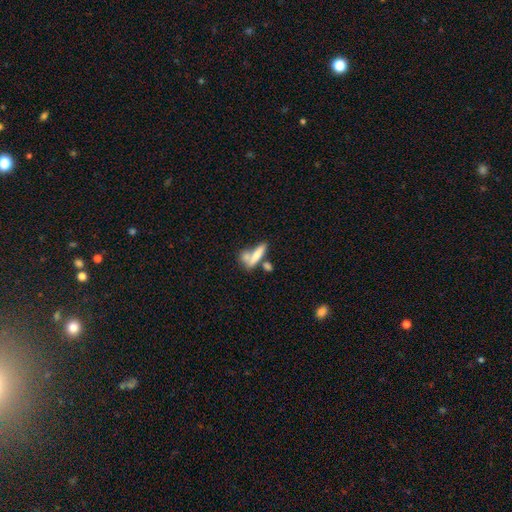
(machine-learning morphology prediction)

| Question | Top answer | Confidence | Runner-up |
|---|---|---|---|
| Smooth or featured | smooth | 69% | featured or disk (22%) |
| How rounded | cigar-shaped | 67% | in between (29%) |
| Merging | merger | 40% | none (38%) |